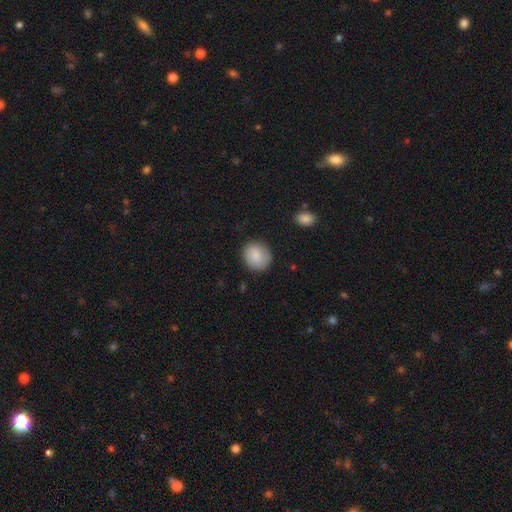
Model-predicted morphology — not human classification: Q: Smooth or featured?
A: smooth (83%); runner-up: featured or disk (10%)
Q: How rounded?
A: round (78%); runner-up: in between (21%)
Q: Merging?
A: none (83%); runner-up: minor disturbance (12%)